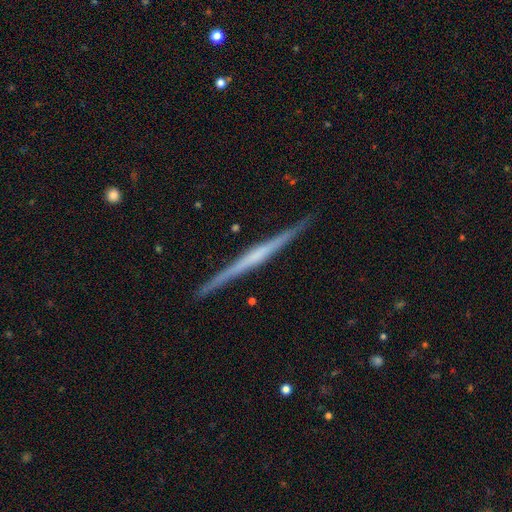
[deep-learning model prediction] A featured or disk galaxy (74%) viewed edge-on (98%) with no central bulge (58%). Merging: none (91%).